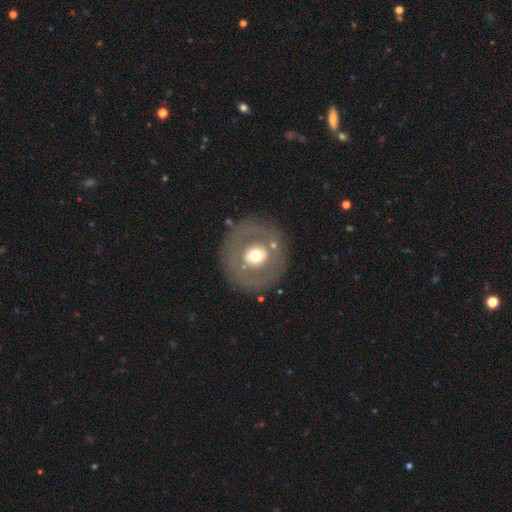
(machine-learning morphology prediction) Smooth or featured? smooth (47%)
Merging? none (82%)